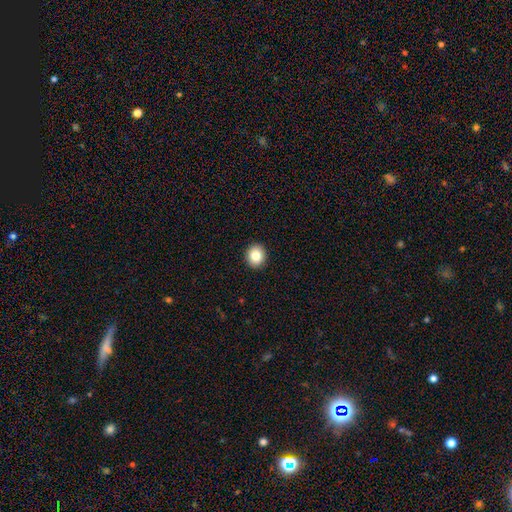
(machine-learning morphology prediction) The model was most divided on "how rounded": round: 77%, in between: 22%, cigar-shaped: 1%. More confident: merging — none (92%); smooth or featured — smooth (84%).